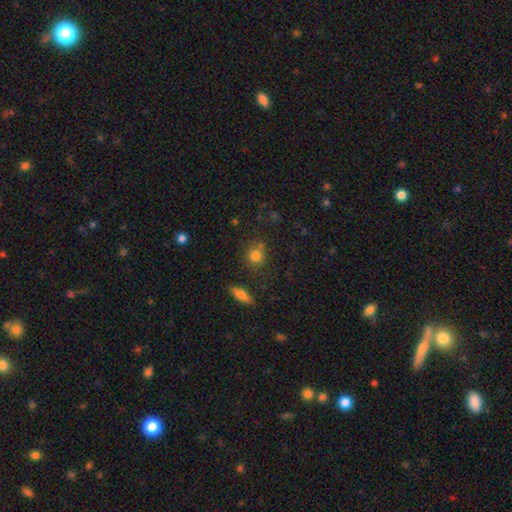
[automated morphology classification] Smooth or featured: smooth — 79% (star or artifact — 13%)
How rounded: round — 81% (in between — 17%)
Merging: none — 71% (minor disturbance — 14%)